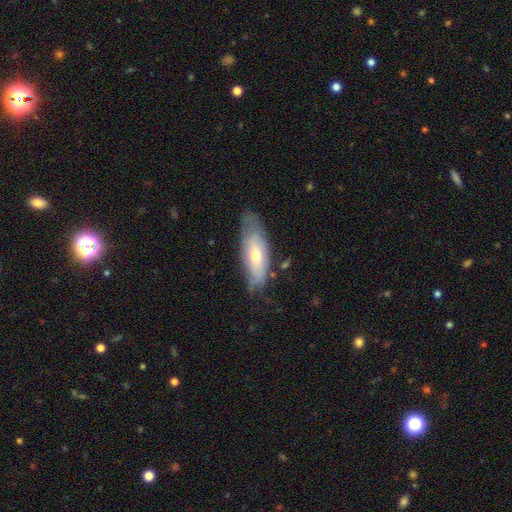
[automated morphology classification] A smooth galaxy with no disk features (50%).

Vote fractions:
- Smooth or featured? smooth: 50% / featured or disk: 44% / star or artifact: 7%
- Merging? none: 59% / minor disturbance: 30% / major disturbance: 9% / merger: 2%